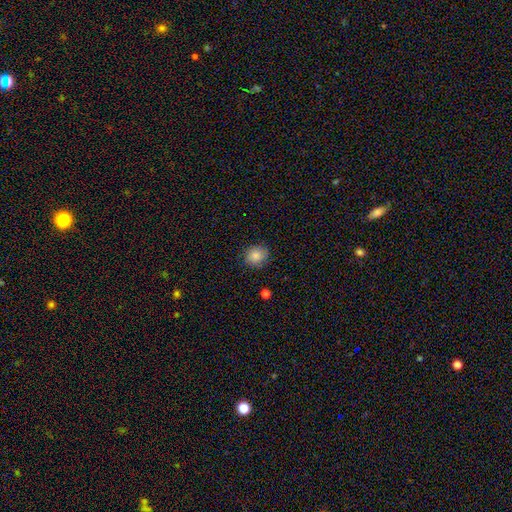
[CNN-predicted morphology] smooth 85%, star or artifact 9%, featured or disk 6%. Down the decision tree: how rounded — round (77%); merging — none (85%).